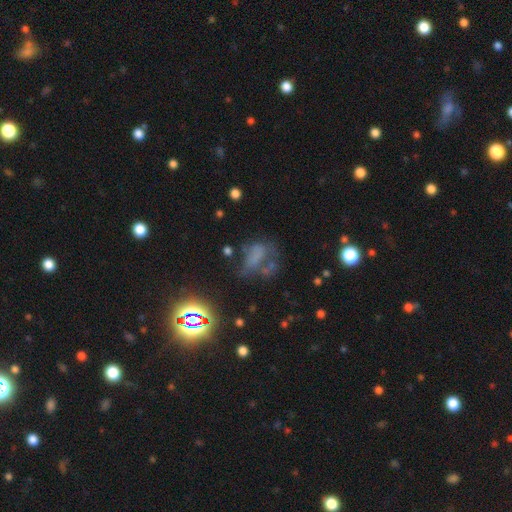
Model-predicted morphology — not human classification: This is marginally a smooth galaxy (41%). Merging: marginally major disturbance (37%).